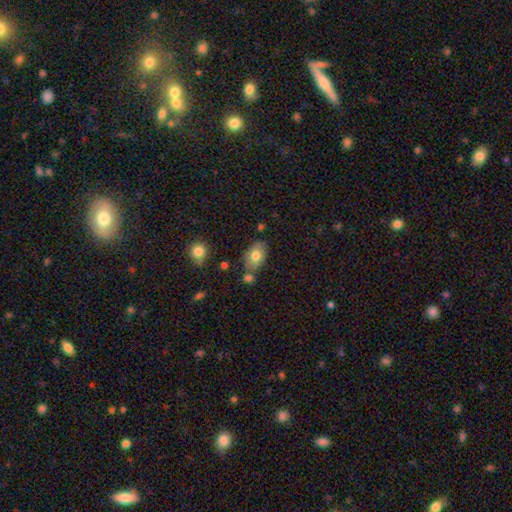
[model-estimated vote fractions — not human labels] A smooth galaxy with no disk features (75%) that is in between round and cigar-shaped (86%).

Vote fractions:
- Smooth or featured? smooth: 75% / featured or disk: 17% / star or artifact: 7%
- How rounded? in between: 86% / round: 13% / cigar-shaped: 1%
- Merging? none: 69% / minor disturbance: 16% / merger: 11% / major disturbance: 4%